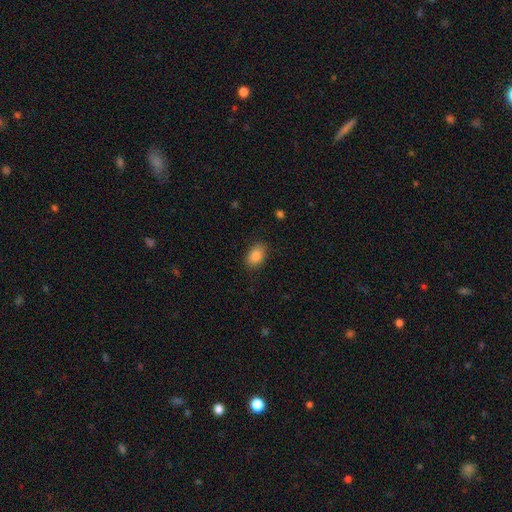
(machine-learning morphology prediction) A smooth galaxy with no disk features (88%) that is in between round and cigar-shaped (84%). Merging: none (83%).